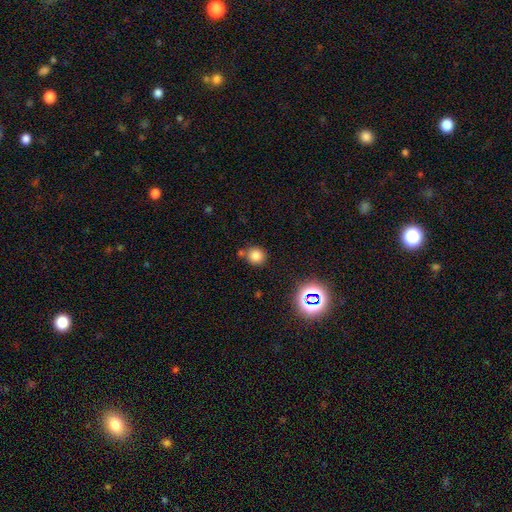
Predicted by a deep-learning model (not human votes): Q: Smooth or featured?
A: smooth (78%); runner-up: star or artifact (15%)
Q: How rounded?
A: round (86%); runner-up: in between (13%)
Q: Merging?
A: none (72%); runner-up: merger (13%)